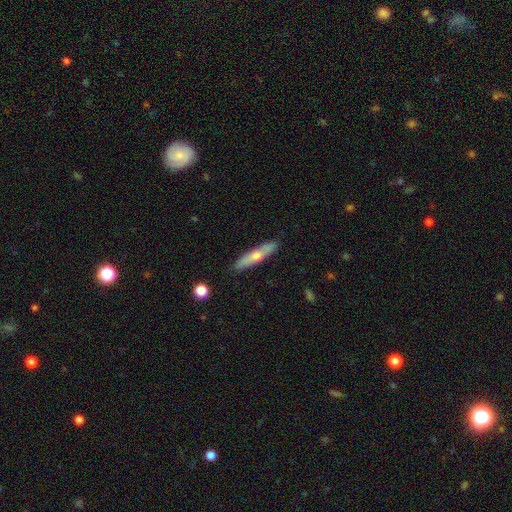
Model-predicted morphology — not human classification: Smooth or featured? Predicted: smooth (p=0.53). How rounded? Predicted: cigar-shaped (p=0.87). Merging? Predicted: none (p=0.86).